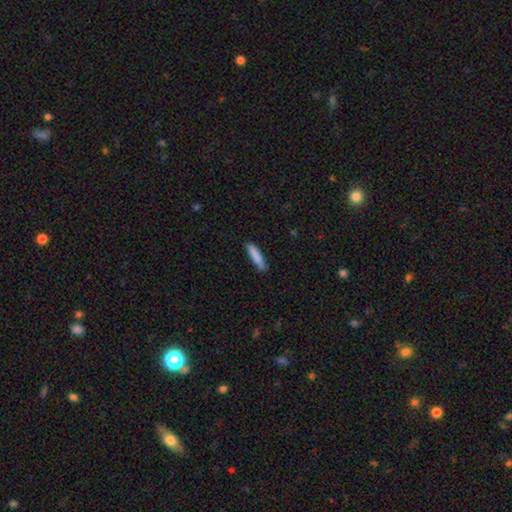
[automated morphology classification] Smooth or featured? smooth (84%)
How rounded? cigar-shaped (86%)
Merging? none (86%)